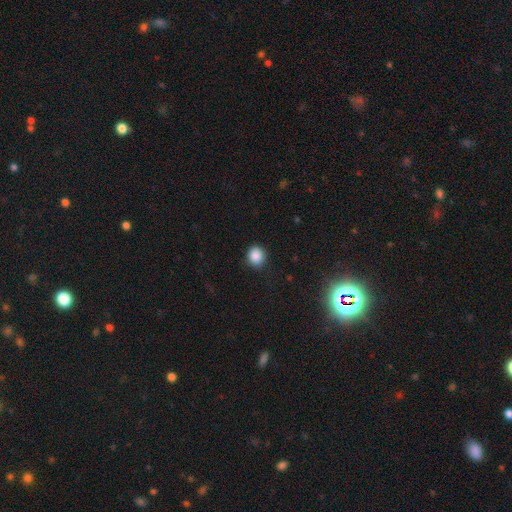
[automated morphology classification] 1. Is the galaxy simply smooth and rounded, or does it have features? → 87% smooth, 10% star or artifact, 3% featured or disk.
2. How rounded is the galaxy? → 81% round, 18% in between, 1% cigar-shaped.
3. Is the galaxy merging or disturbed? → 86% none, 11% minor disturbance, 3% major disturbance, 1% merger.